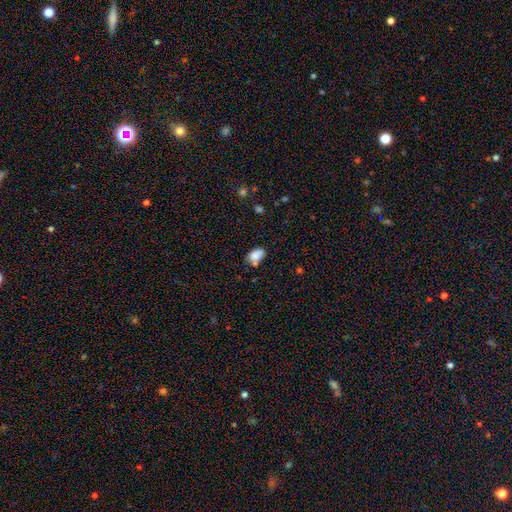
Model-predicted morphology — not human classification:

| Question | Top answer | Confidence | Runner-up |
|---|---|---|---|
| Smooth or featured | smooth | 81% | featured or disk (10%) |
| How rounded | in between | 84% | round (15%) |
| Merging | none | 49% | minor disturbance (23%) |